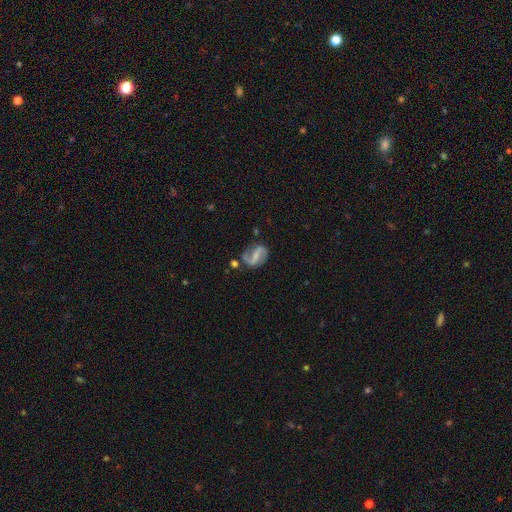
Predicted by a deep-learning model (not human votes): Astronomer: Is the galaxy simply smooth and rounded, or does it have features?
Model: featured or disk — 84%.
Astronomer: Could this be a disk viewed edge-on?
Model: no — 98%.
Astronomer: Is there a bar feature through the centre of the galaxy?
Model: strong — 41% (runner-up: weak, 39%).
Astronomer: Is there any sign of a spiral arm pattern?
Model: yes — 95%.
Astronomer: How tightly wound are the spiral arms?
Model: loose — 43%, tied with medium at 43%.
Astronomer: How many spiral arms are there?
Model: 2 — 90%.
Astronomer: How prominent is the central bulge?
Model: small — 52%.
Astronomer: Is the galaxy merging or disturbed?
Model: none — 71%.